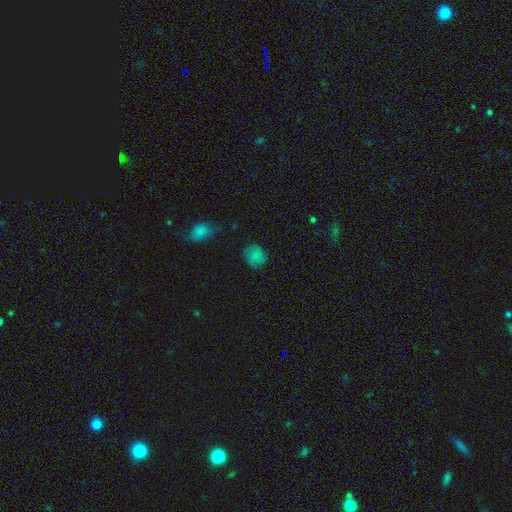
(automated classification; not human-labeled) Morphology: type=smooth (78%); roundness=round (79%); merging=none (74%).